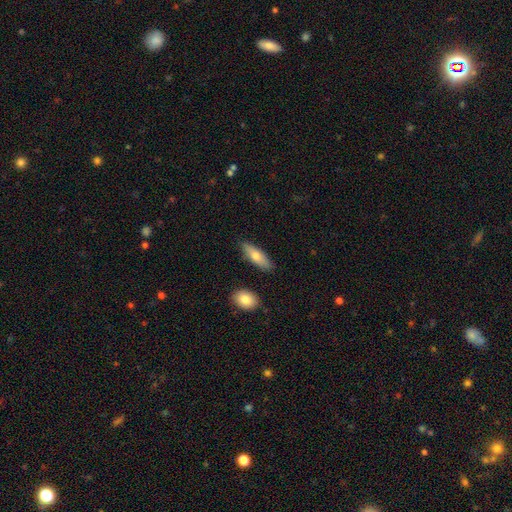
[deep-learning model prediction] smooth_or_featured: smooth (p=0.70) [alt: featured or disk p=0.24]
how_rounded: in between (p=0.55) [alt: cigar-shaped p=0.42]
merging: none (p=0.84) [alt: minor disturbance p=0.11]